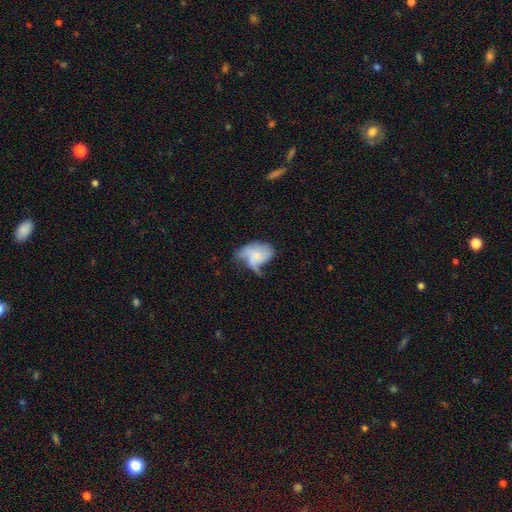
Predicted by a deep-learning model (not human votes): A featured or disk galaxy (48%).

Vote fractions:
- Smooth or featured? featured or disk: 48% / smooth: 44% / star or artifact: 8%
- Merging? major disturbance: 40% / minor disturbance: 29% / none: 24% / merger: 7%